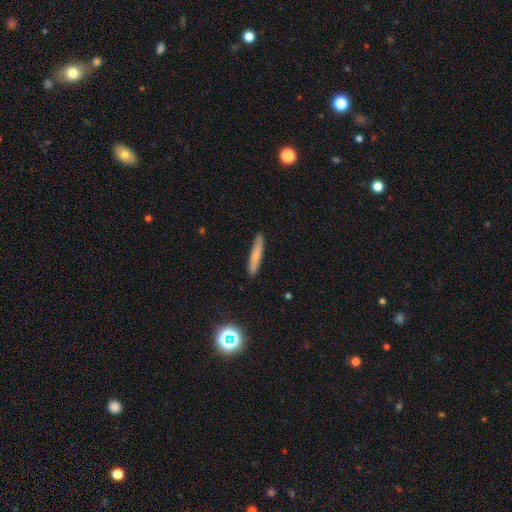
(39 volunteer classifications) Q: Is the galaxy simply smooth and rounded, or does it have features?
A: smooth — 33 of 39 (85%).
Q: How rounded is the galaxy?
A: cigar-shaped — 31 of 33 (94%).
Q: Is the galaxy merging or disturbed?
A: none — 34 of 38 (89%).